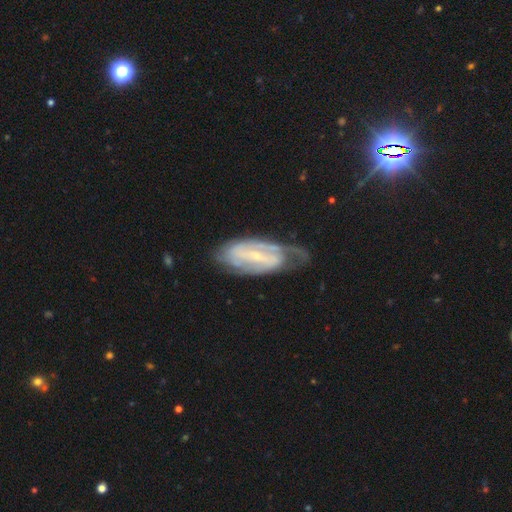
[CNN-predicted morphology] type=featured or disk (83%); edge-on=no (93%); bar=strong (50%); spiral arms=yes (90%); winding=tight (49%); arm count=2 (58%); bulge=small (75%); merging=none (55%).